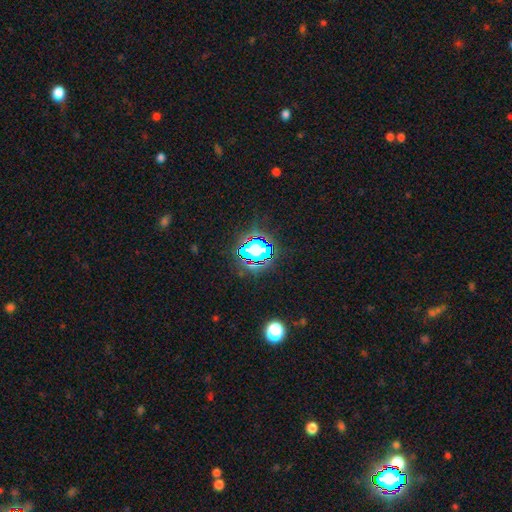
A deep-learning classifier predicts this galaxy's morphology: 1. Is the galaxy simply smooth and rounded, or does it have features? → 60% star or artifact, 28% smooth, 12% featured or disk.